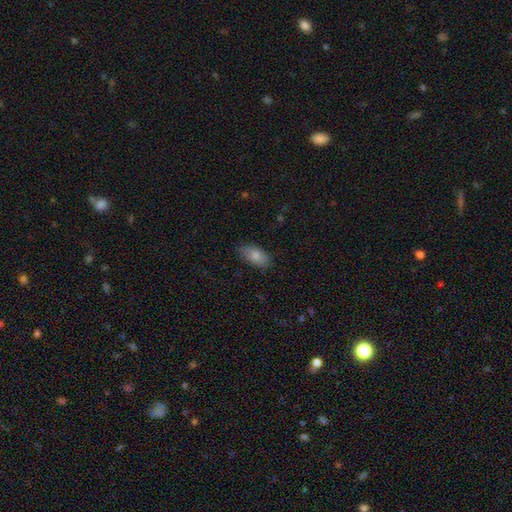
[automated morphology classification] The model was most divided on "smooth or featured": smooth: 82%, featured or disk: 11%, star or artifact: 7%. More confident: how rounded — in between (93%); merging — none (84%).